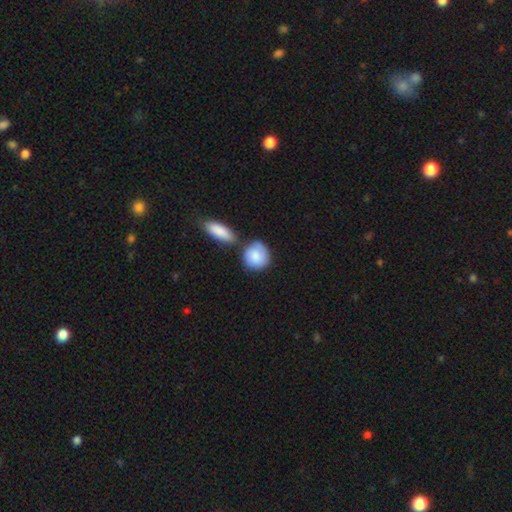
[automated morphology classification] This appears to be a smooth galaxy with no disk features (80%) that is round (79%). Merging: none (58%).